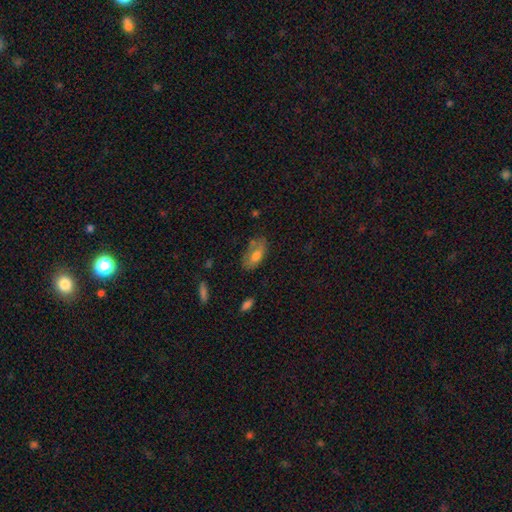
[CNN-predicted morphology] Smooth or featured? smooth (69%)
How rounded? in between (90%)
Merging? none (55%)